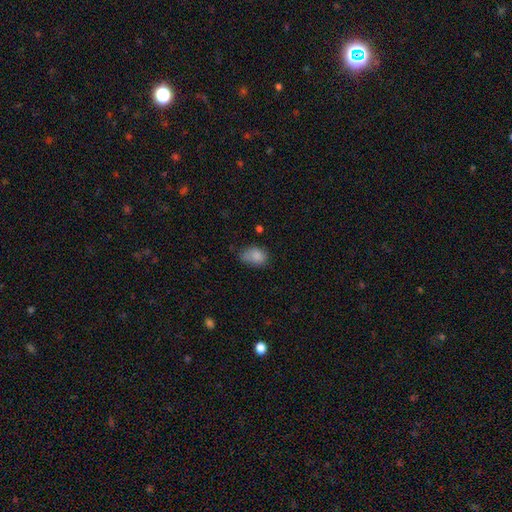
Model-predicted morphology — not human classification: Smooth or featured: smooth — 83% (star or artifact — 9%)
How rounded: in between — 74% (round — 25%)
Merging: none — 47% (minor disturbance — 36%)